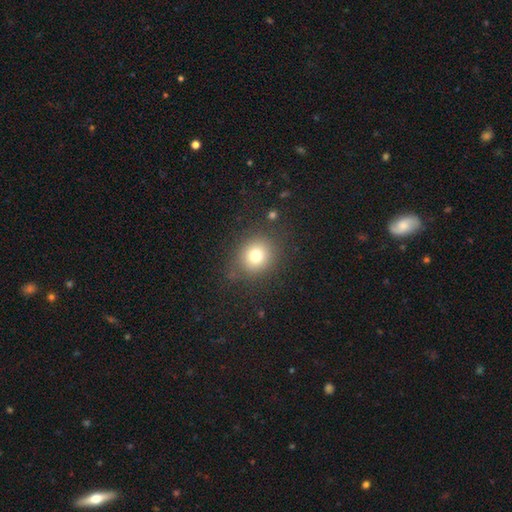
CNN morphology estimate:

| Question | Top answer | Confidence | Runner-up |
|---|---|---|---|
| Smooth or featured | smooth | 76% | star or artifact (14%) |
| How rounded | round | 81% | in between (18%) |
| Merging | none | 82% | minor disturbance (11%) |